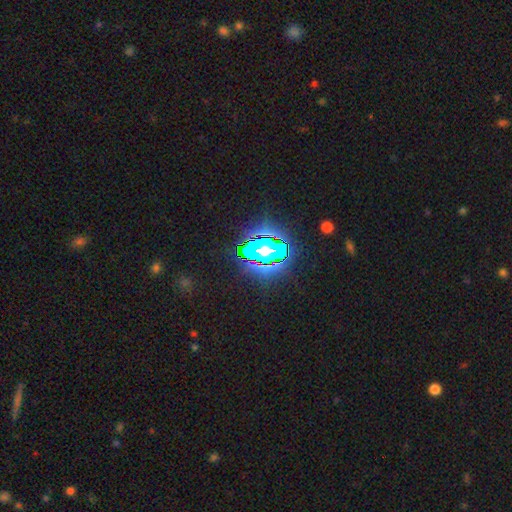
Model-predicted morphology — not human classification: Smooth or featured: star or artifact — 81% (smooth — 11%)